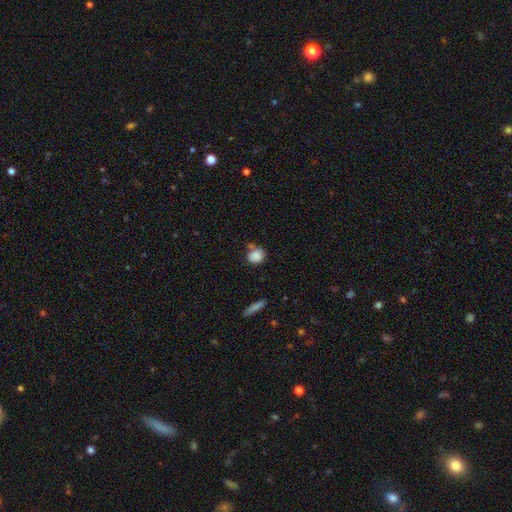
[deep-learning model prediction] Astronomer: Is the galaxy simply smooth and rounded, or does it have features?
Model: smooth — 86%.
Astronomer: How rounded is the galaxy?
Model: round — 77%.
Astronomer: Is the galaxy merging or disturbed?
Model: none — 63%.